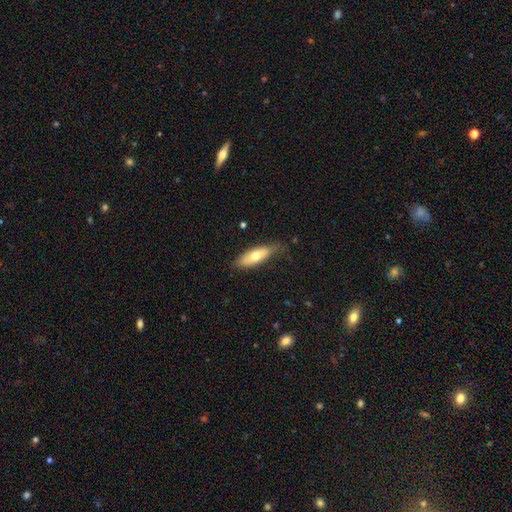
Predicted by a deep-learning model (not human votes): Smooth or featured?
  - smooth: 66% *
  - featured or disk: 28%
  - star or artifact: 6%
How rounded?
  - in between: 59% *
  - cigar-shaped: 38%
  - round: 2%
Merging?
  - none: 68% *
  - minor disturbance: 25%
  - major disturbance: 5%
  - merger: 1%